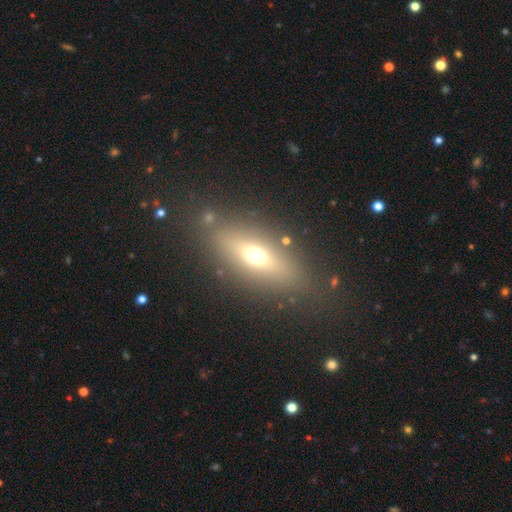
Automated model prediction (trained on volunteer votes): smooth_or_featured: smooth (p=0.52) [alt: featured or disk p=0.35]
how_rounded: in between (p=0.61) [alt: cigar-shaped p=0.32]
merging: none (p=0.80) [alt: minor disturbance p=0.11]